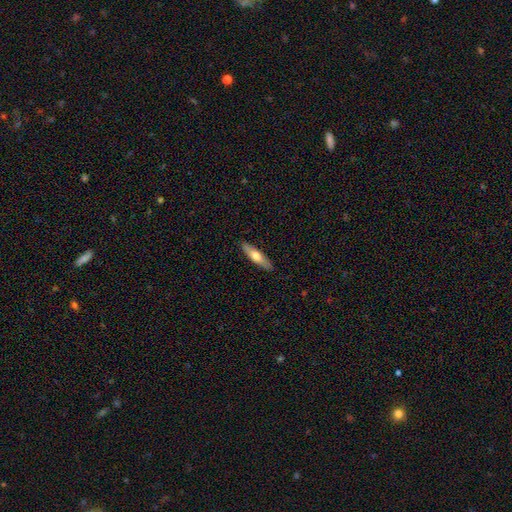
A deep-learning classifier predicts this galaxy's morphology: A smooth galaxy with no disk features (59%) that is cigar-shaped (70%).

Vote fractions:
- Smooth or featured? smooth: 59% / featured or disk: 36% / star or artifact: 5%
- How rounded? cigar-shaped: 70% / in between: 29% / round: 2%
- Merging? none: 89% / minor disturbance: 8% / major disturbance: 2% / merger: 1%